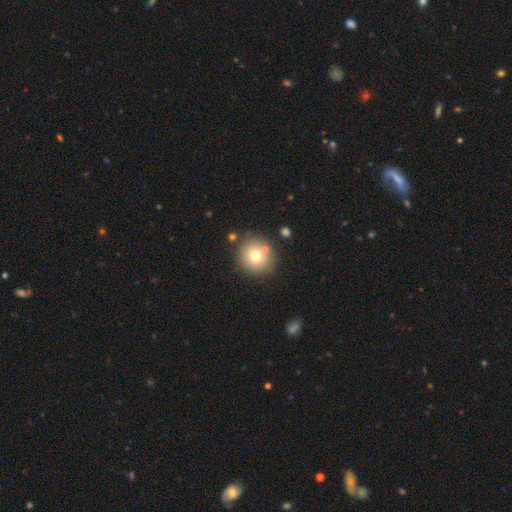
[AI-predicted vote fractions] Q: Smooth or featured?
A: smooth (74%); runner-up: featured or disk (14%)
Q: How rounded?
A: round (90%); runner-up: in between (9%)
Q: Merging?
A: none (78%); runner-up: minor disturbance (9%)